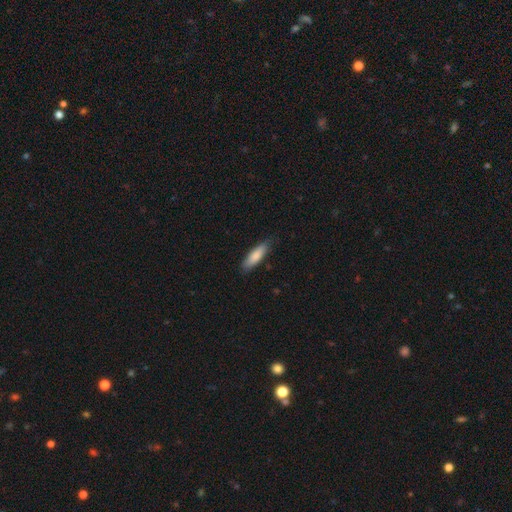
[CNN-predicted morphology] Smooth or featured? Predicted: smooth (p=0.84). How rounded? Predicted: cigar-shaped (p=0.59). Merging? Predicted: none (p=0.83).